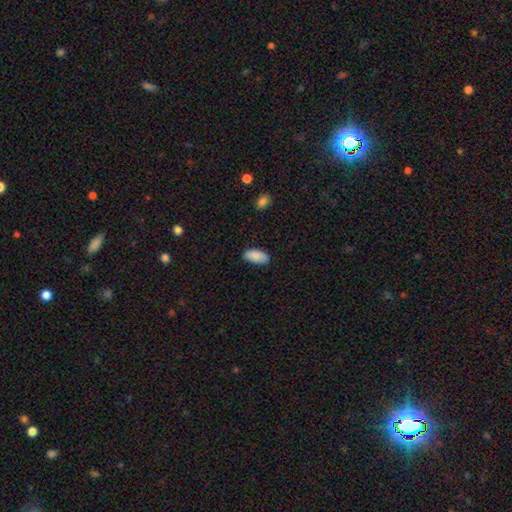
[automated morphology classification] The model was most divided on "merging": none: 85%, minor disturbance: 12%, major disturbance: 2%, merger: 1%. More confident: how rounded — in between (92%); smooth or featured — smooth (88%).